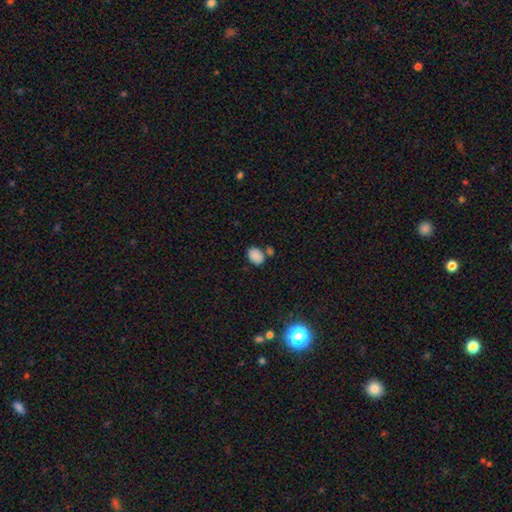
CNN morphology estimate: Overall: smooth (86%). How rounded: in between (80%). Merging: none (66%).